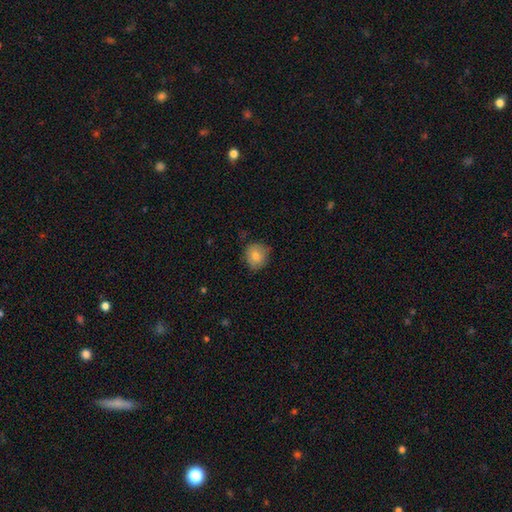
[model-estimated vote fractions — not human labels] Q: Smooth or featured?
A: smooth (81%); runner-up: featured or disk (10%)
Q: How rounded?
A: round (80%); runner-up: in between (19%)
Q: Merging?
A: none (78%); runner-up: minor disturbance (18%)